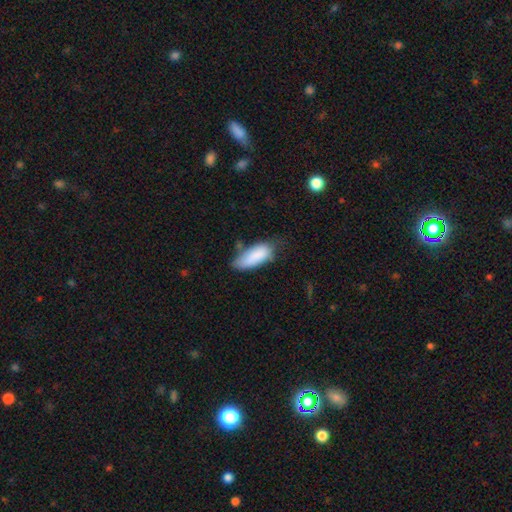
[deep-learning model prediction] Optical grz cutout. It shows a smooth galaxy with no disk features (85%) that is in between round and cigar-shaped (83%). Merging: none (48%).